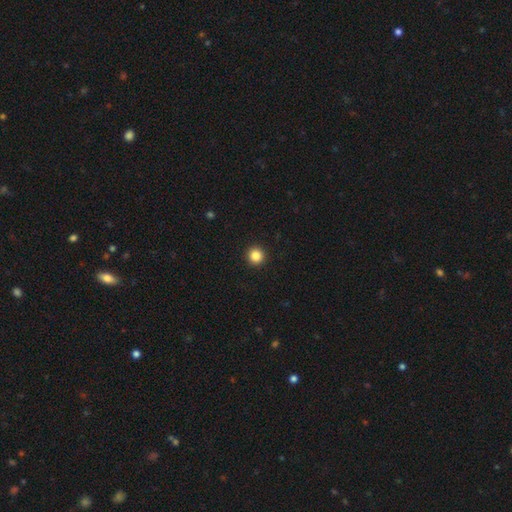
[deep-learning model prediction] smooth_or_featured: smooth (p=0.85) [alt: star or artifact p=0.11]
how_rounded: round (p=0.96) [alt: in between p=0.03]
merging: none (p=0.94) [alt: minor disturbance p=0.04]